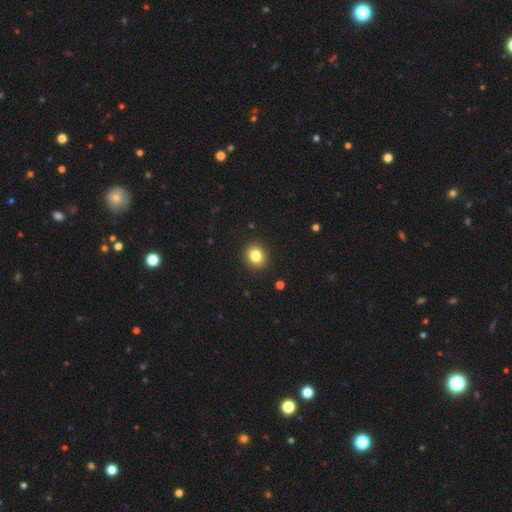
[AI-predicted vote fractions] smooth-or-featured: smooth: 83% | star or artifact: 10% | featured or disk: 6%
  how-rounded: round: 75% | in between: 24% | cigar-shaped: 1%
  merging: none: 91% | minor disturbance: 6% | major disturbance: 2% | merger: 1%